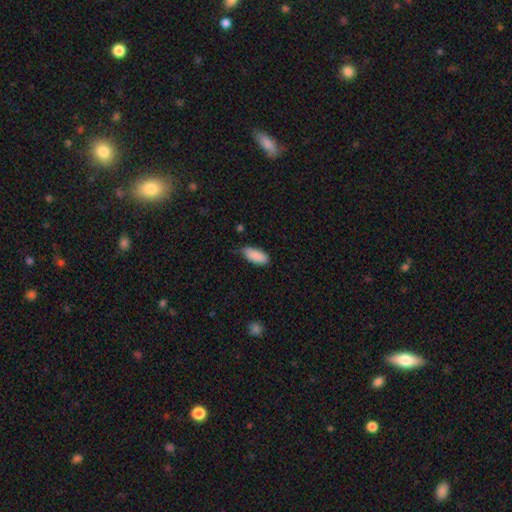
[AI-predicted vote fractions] A smooth galaxy with no disk features (89%) that is in between round and cigar-shaped (86%).

Vote fractions:
- Smooth or featured? smooth: 89% / star or artifact: 7% / featured or disk: 4%
- How rounded? in between: 86% / cigar-shaped: 12% / round: 2%
- Merging? none: 68% / minor disturbance: 27% / major disturbance: 4% / merger: 2%